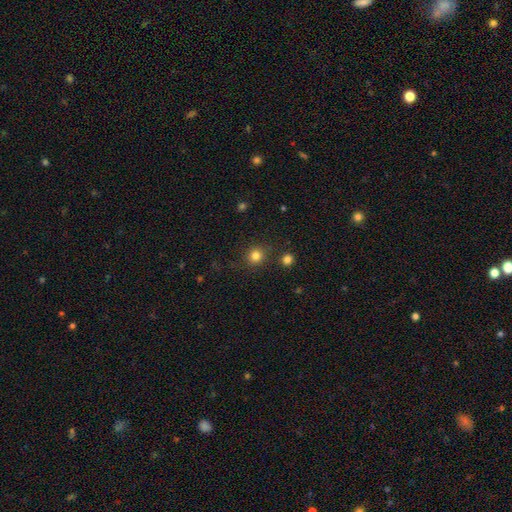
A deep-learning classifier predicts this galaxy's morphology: Smooth or featured?
  - smooth: 81% *
  - star or artifact: 13%
  - featured or disk: 5%
How rounded?
  - round: 90% *
  - in between: 9%
  - cigar-shaped: 1%
Merging?
  - none: 84% *
  - minor disturbance: 8%
  - merger: 4%
  - major disturbance: 3%